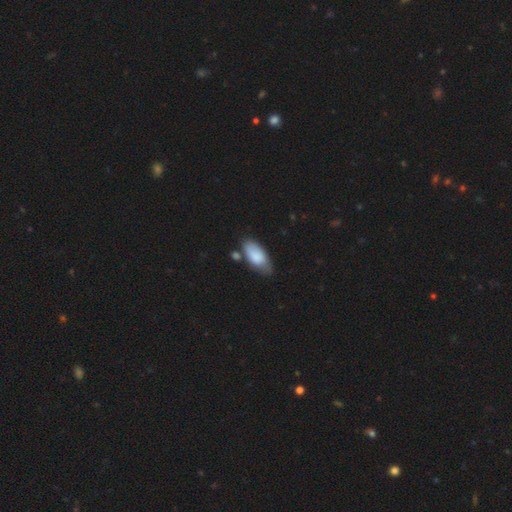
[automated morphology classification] smooth 82%, featured or disk 12%, star or artifact 6%. Down the decision tree: how rounded — in between (90%); merging — none (56%).